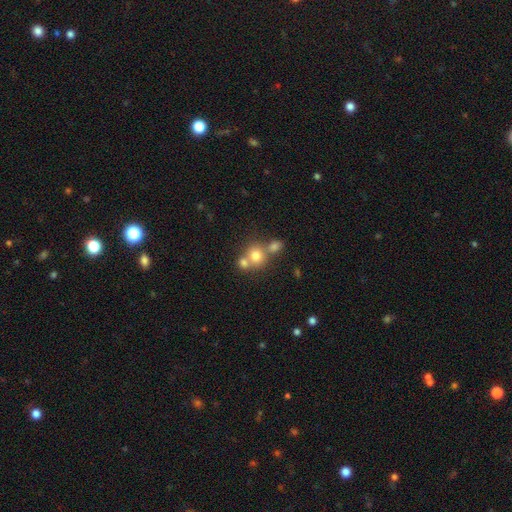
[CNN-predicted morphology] This appears to be a smooth galaxy with no disk features (73%) that is round (80%). Merging: merger (46%).